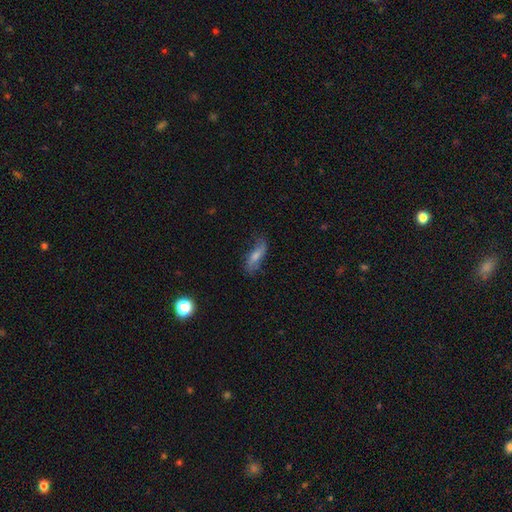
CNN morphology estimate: Smooth or featured? smooth (51%)
How rounded? in between (51%)
Merging? none (66%)